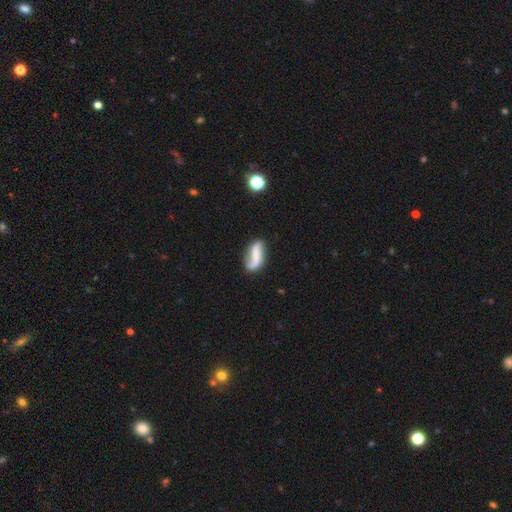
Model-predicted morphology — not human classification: Smooth or featured? Predicted: featured or disk (p=0.64). Edge-on disk? Predicted: no (p=0.93). Bar? Predicted: strong (p=0.40). Spiral arms? Predicted: yes (p=0.87). Spiral winding? Predicted: loose (p=0.78). Spiral arm count? Predicted: 2 (p=0.75). Bulge size? Predicted: none (p=0.53). Merging? Predicted: none (p=0.60).